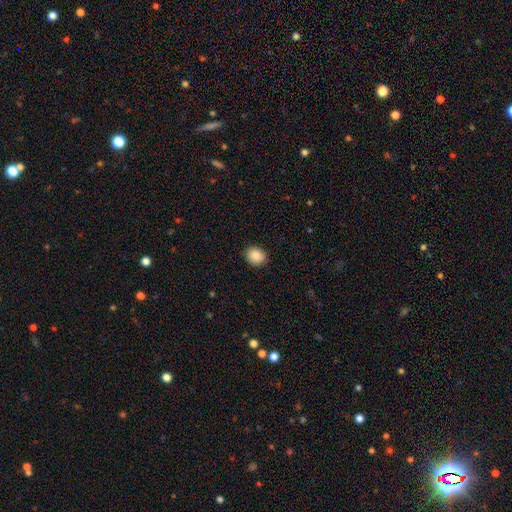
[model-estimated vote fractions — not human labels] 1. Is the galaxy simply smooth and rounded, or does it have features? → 86% smooth, 9% star or artifact, 6% featured or disk.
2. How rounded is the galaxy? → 59% round, 41% in between, 1% cigar-shaped.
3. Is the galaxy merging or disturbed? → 90% none, 8% minor disturbance, 2% major disturbance, 1% merger.